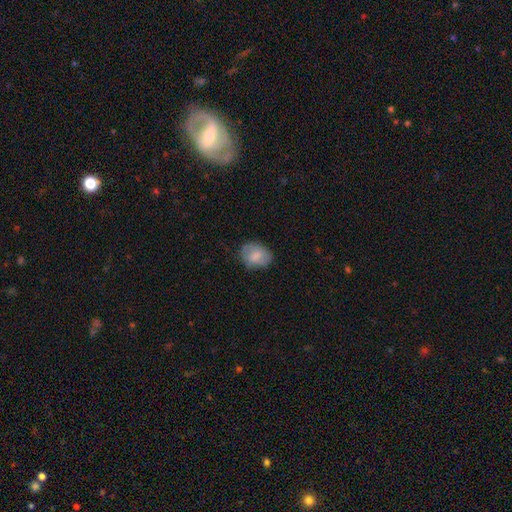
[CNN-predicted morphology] type=smooth (75%); roundness=in between (68%); merging=none (68%).